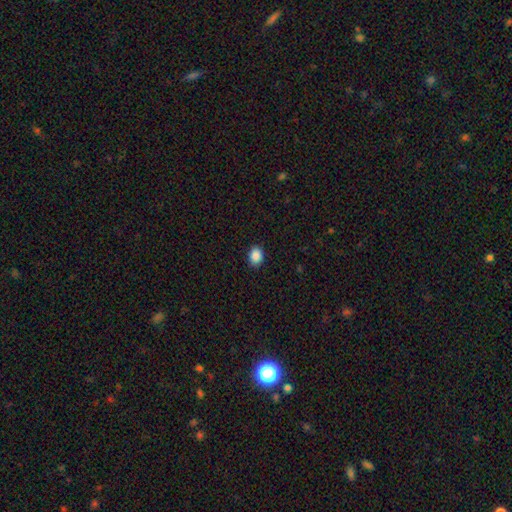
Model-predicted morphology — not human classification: The model was most divided on "how rounded": in between: 58%, round: 41%, cigar-shaped: 1%. More confident: merging — none (89%); smooth or featured — smooth (88%).